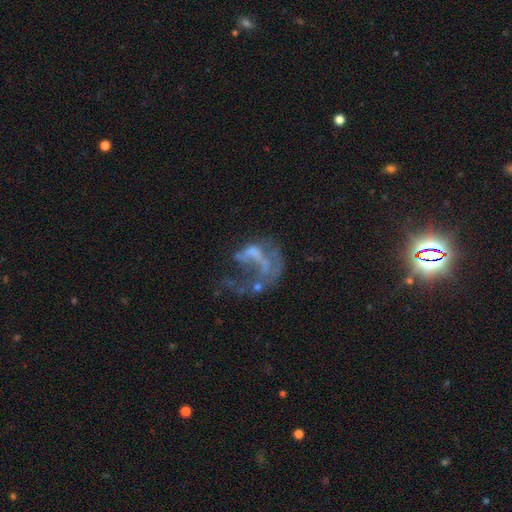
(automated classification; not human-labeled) Q: Smooth or featured?
A: featured or disk (66%); runner-up: smooth (20%)
Q: Edge-on disk?
A: no (98%); runner-up: yes (2%)
Q: Bar?
A: no (76%); runner-up: weak (18%)
Q: Spiral arms?
A: no (67%); runner-up: yes (33%)
Q: Bulge size?
A: none (68%); runner-up: small (17%)
Q: Merging?
A: major disturbance (52%); runner-up: none (23%)